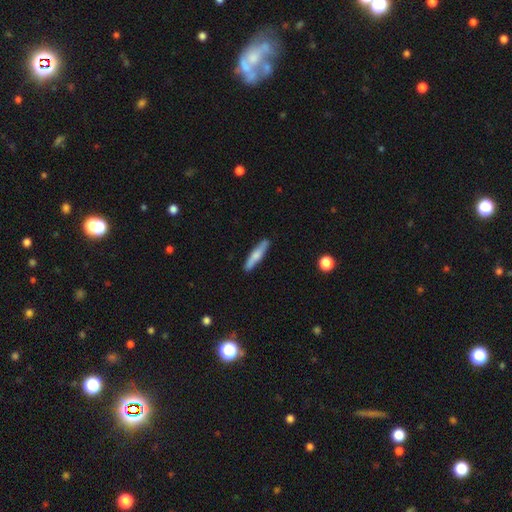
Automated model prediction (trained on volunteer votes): Smooth or featured?
  - smooth: 65% *
  - featured or disk: 30%
  - star or artifact: 6%
How rounded?
  - cigar-shaped: 87% *
  - in between: 12%
  - round: 2%
Merging?
  - none: 88% *
  - minor disturbance: 9%
  - major disturbance: 2%
  - merger: 1%